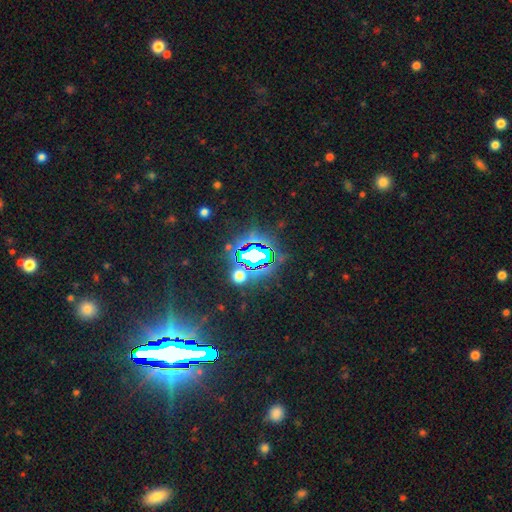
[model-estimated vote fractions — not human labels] Smooth or featured? Predicted: star or artifact (p=0.76).